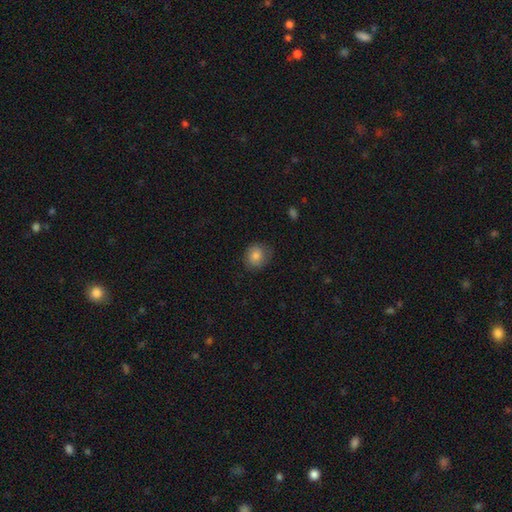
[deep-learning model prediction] Morphology: type=smooth (79%); roundness=round (74%); merging=none (75%).